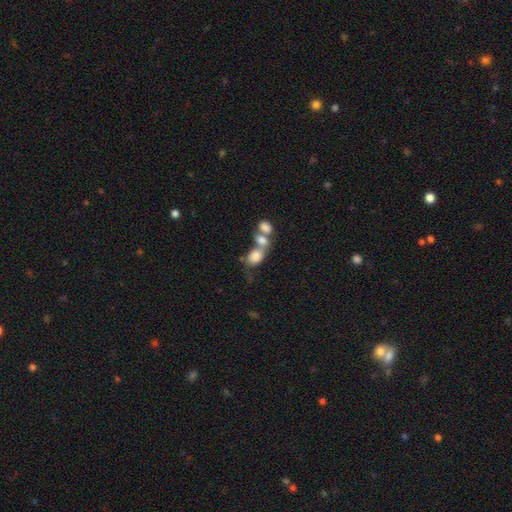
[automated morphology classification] type=smooth (74%); roundness=in between (78%); merging=merger (65%).